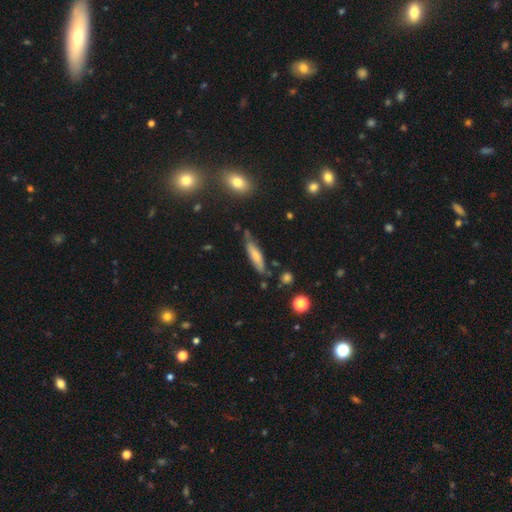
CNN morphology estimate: This is likely a smooth galaxy (63%). How rounded: likely cigar-shaped (75%). Merging: likely none (63%).